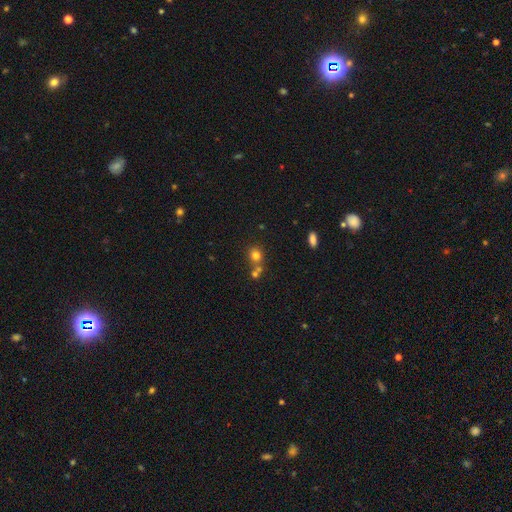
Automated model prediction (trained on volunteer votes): Q: Smooth or featured?
A: smooth (75%); runner-up: star or artifact (15%)
Q: How rounded?
A: round (81%); runner-up: in between (18%)
Q: Merging?
A: none (55%); runner-up: merger (33%)